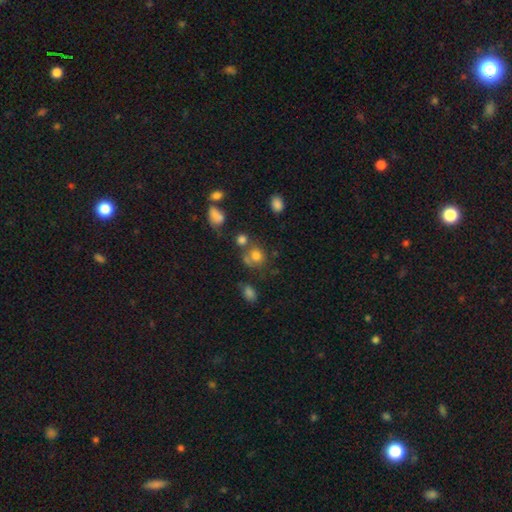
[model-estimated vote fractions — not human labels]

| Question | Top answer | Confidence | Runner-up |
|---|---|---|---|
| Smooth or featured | smooth | 74% | star or artifact (14%) |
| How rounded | round | 73% | in between (25%) |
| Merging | none | 48% | merger (26%) |